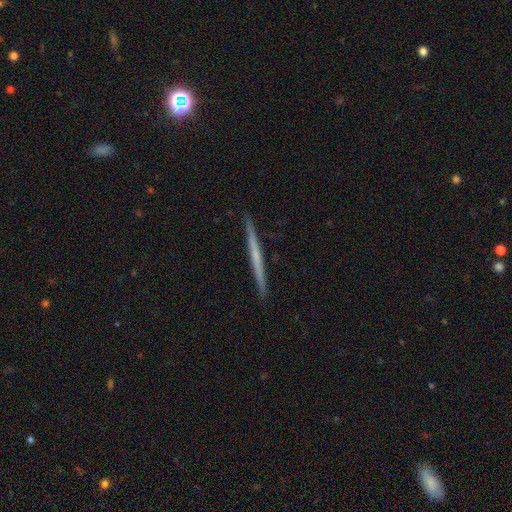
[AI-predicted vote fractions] Q: Smooth or featured?
A: featured or disk (57%); runner-up: smooth (38%)
Q: Edge-on disk?
A: yes (98%); runner-up: no (2%)
Q: Edge-on bulge?
A: none (86%); runner-up: rounded (10%)
Q: Merging?
A: none (93%); runner-up: minor disturbance (5%)